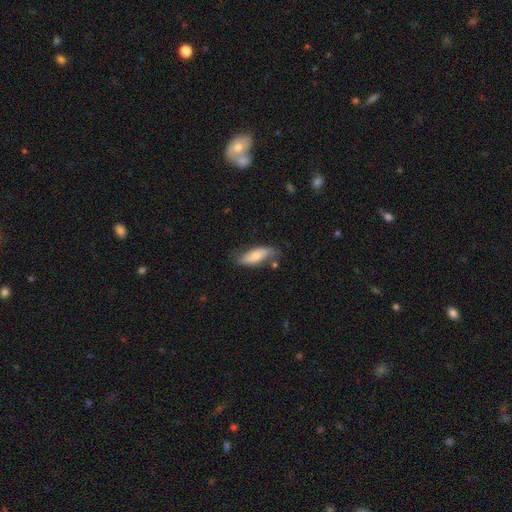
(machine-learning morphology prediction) smooth_or_featured: smooth (p=0.64) [alt: featured or disk p=0.30]
how_rounded: in between (p=0.67) [alt: cigar-shaped p=0.30]
merging: none (p=0.64) [alt: minor disturbance p=0.25]